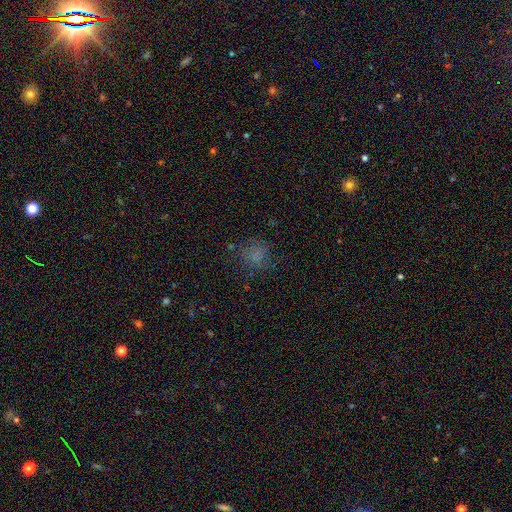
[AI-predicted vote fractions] Q: Smooth or featured?
A: smooth (67%); runner-up: star or artifact (20%)
Q: How rounded?
A: round (76%); runner-up: in between (23%)
Q: Merging?
A: none (67%); runner-up: minor disturbance (19%)